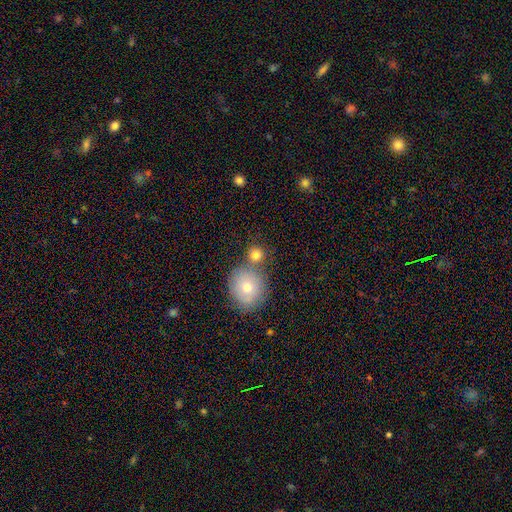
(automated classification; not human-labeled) This is likely a smooth galaxy (77%). How rounded: clearly round (86%). Merging: possibly none (60%).